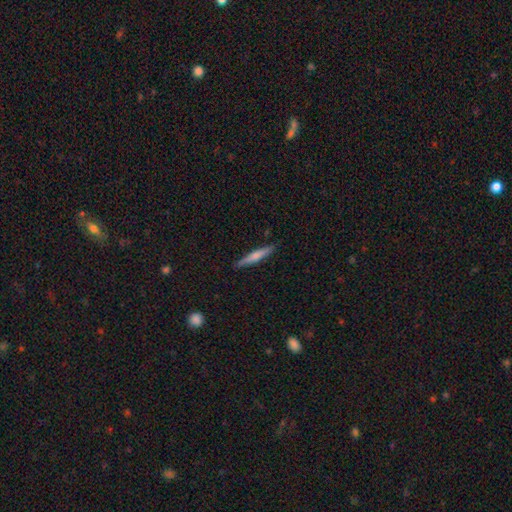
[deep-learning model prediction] Q: Smooth or featured?
A: smooth (62%); runner-up: featured or disk (32%)
Q: How rounded?
A: cigar-shaped (93%); runner-up: in between (5%)
Q: Merging?
A: none (88%); runner-up: minor disturbance (9%)